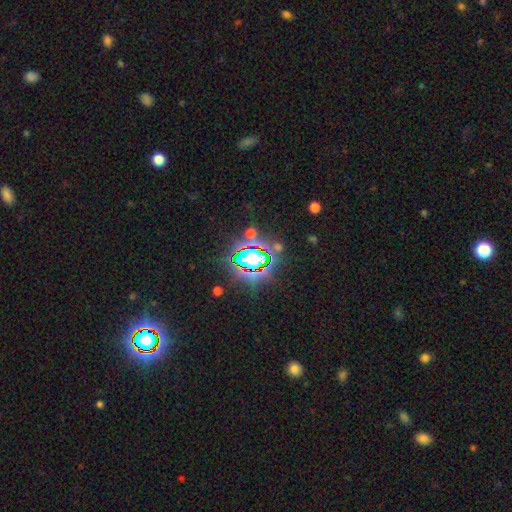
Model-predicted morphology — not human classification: A star or artifact, not a galaxy (71%).